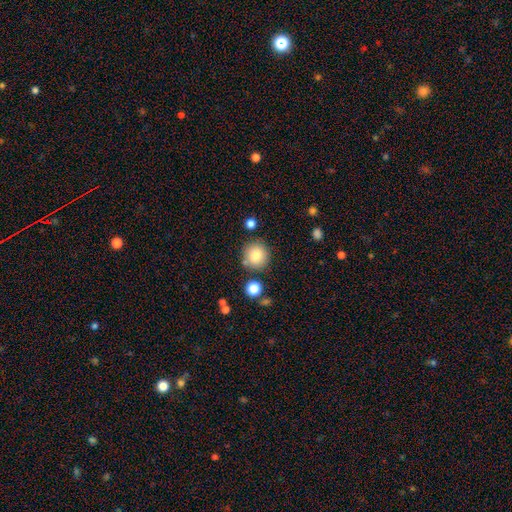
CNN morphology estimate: Smooth or featured? Predicted: smooth (p=0.82). How rounded? Predicted: round (p=0.94). Merging? Predicted: none (p=0.82).